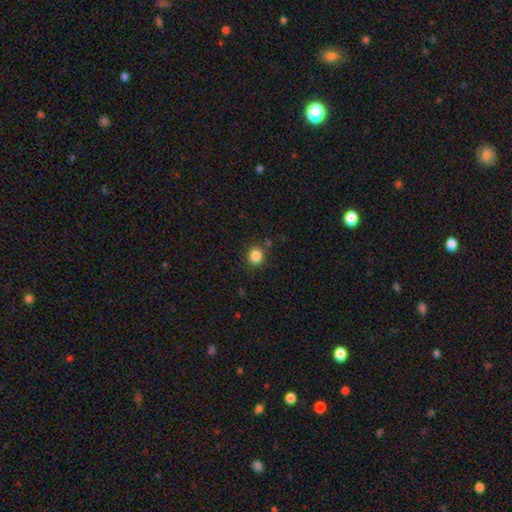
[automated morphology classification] type=smooth (85%); roundness=round (76%); merging=none (85%).